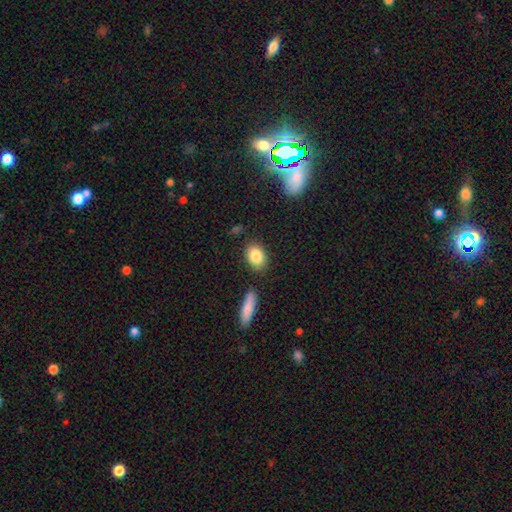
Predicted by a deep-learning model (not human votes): Overall: smooth (85%). How rounded: in between (78%). Merging: none (81%).